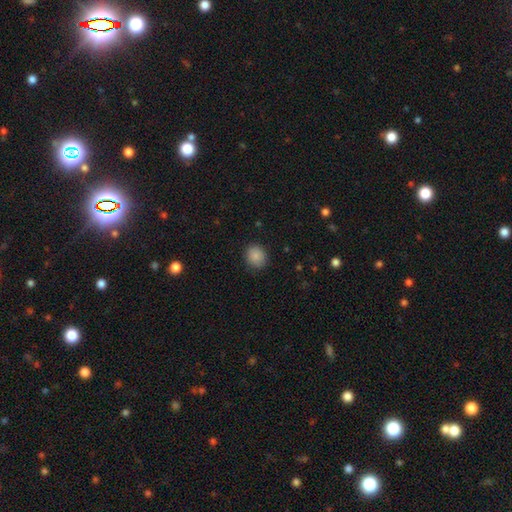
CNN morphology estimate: Smooth or featured?
  - smooth: 87% *
  - star or artifact: 9%
  - featured or disk: 4%
How rounded?
  - round: 76% *
  - in between: 23%
  - cigar-shaped: 1%
Merging?
  - none: 86% *
  - minor disturbance: 10%
  - major disturbance: 3%
  - merger: 1%